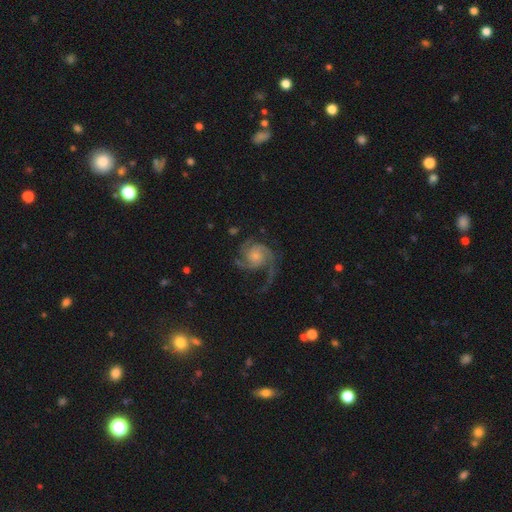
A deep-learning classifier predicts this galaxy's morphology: Smooth or featured: featured or disk — 90% (smooth — 6%)
Edge-on disk: no — 98% (yes — 2%)
Bar: no — 74% (weak — 21%)
Spiral arms: yes — 98% (no — 2%)
Spiral winding: medium — 48% (tight — 30%)
Spiral arm count: 3 — 38% (2 — 36%)
Bulge size: small — 54% (moderate — 30%)
Merging: none — 61% (major disturbance — 21%)